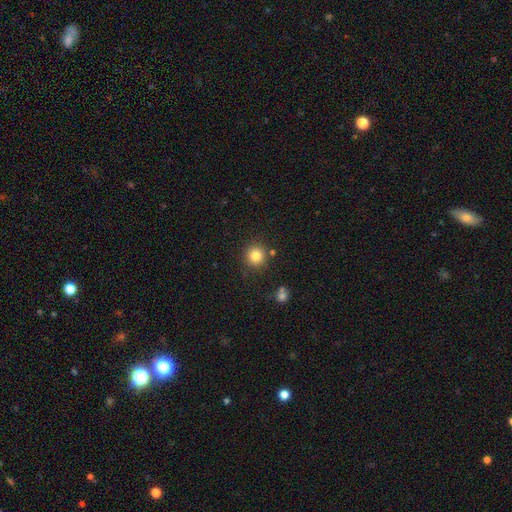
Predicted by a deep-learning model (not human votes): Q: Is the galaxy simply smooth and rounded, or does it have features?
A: smooth — 82%.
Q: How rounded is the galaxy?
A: round — 93%.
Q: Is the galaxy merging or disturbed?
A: none — 86%.